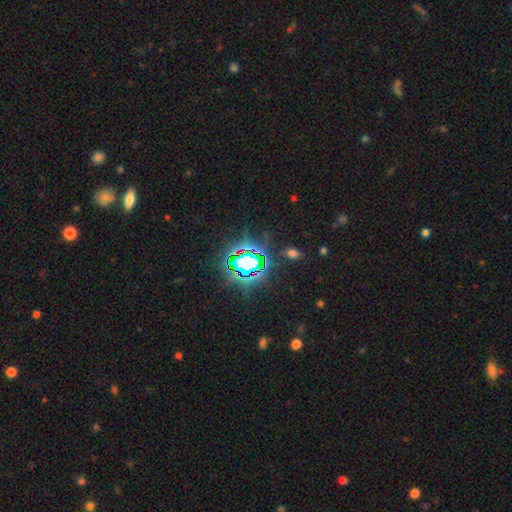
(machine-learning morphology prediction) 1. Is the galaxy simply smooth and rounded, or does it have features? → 83% star or artifact, 10% smooth, 6% featured or disk.